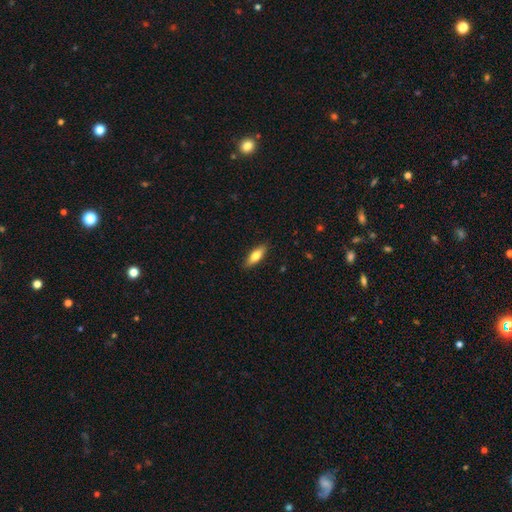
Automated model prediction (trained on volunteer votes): This appears to be a smooth galaxy with no disk features (75%) that is in between round and cigar-shaped (63%). Merging: none (88%).